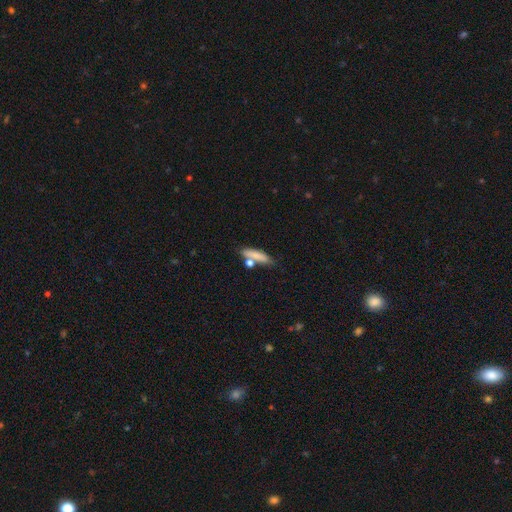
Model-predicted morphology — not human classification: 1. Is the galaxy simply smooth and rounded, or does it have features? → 78% smooth, 14% featured or disk, 7% star or artifact.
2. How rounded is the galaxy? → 66% cigar-shaped, 30% in between, 4% round.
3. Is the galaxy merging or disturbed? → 64% none, 18% merger, 14% minor disturbance, 4% major disturbance.